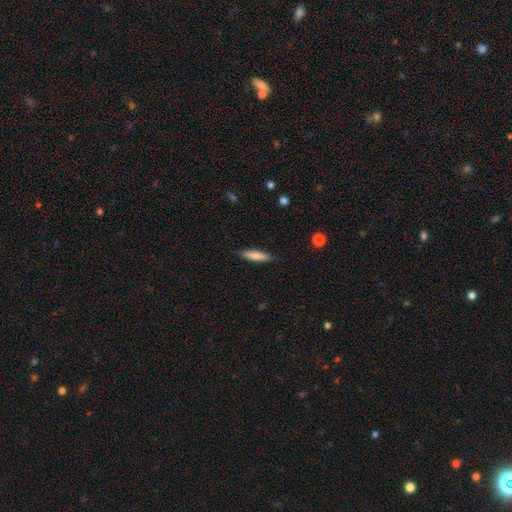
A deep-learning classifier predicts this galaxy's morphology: smooth_or_featured: smooth (p=0.79) [alt: featured or disk p=0.15]
how_rounded: cigar-shaped (p=0.83) [alt: in between p=0.16]
merging: none (p=0.88) [alt: minor disturbance p=0.09]